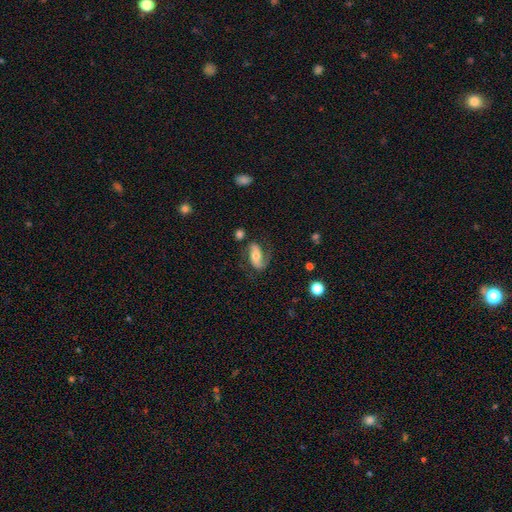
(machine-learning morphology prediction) This appears to be a featured or disk galaxy (68%) with no bar (40%), 2 (85%) loose (45%) spiral arms (89%) and a moderate central bulge (62%). Merging: none (66%).